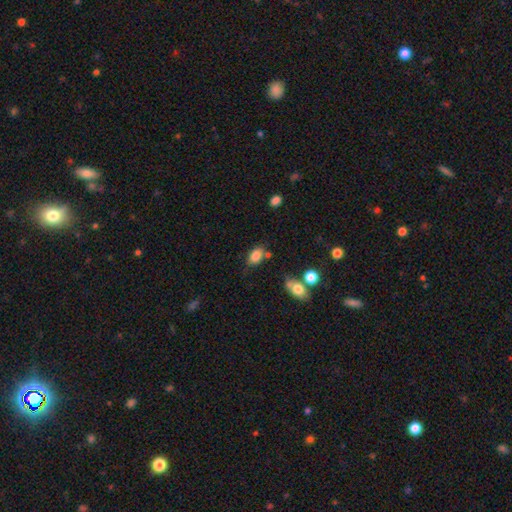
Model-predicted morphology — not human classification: This appears to be a smooth galaxy with no disk features (84%) that is in between round and cigar-shaped (86%). Merging: none (66%).